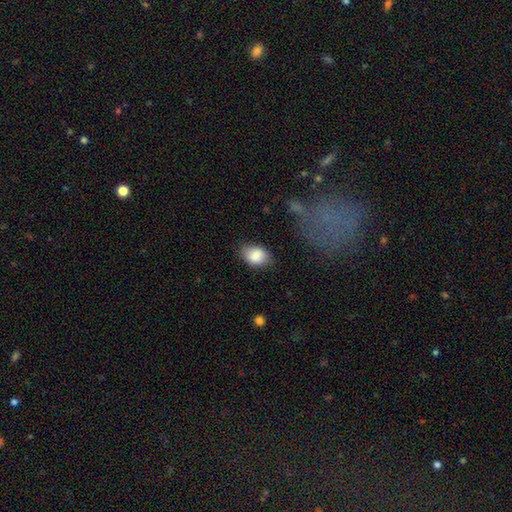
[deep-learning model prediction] A smooth galaxy with no disk features (85%) that is in between round and cigar-shaped (83%). Merging: none (74%).